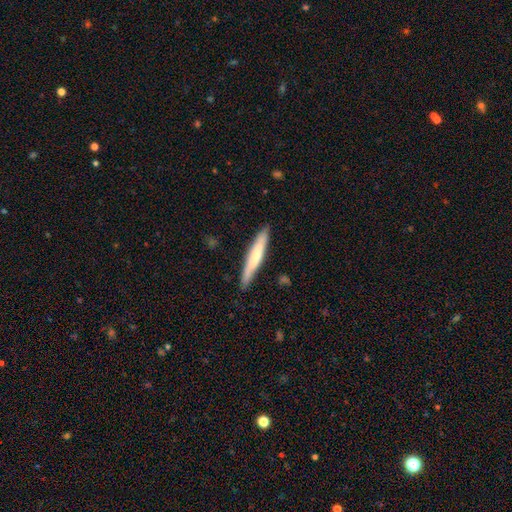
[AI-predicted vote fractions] Morphology: type=smooth (56%); roundness=cigar-shaped (92%); merging=none (84%).